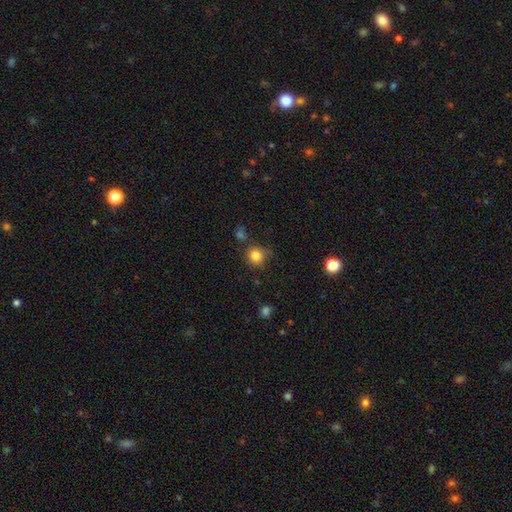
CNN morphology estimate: This appears to be a smooth galaxy with no disk features (83%) that is round (90%). Merging: none (75%).